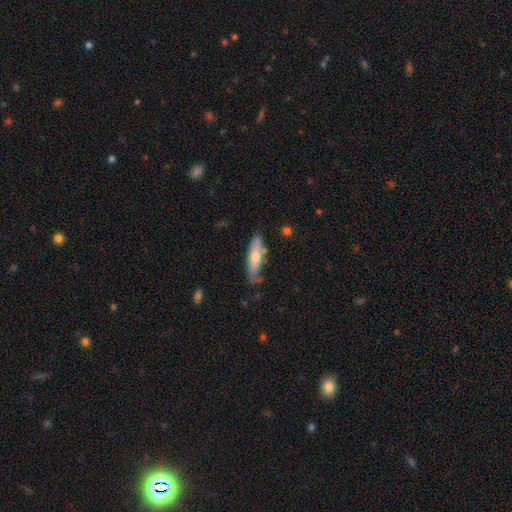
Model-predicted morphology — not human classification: Smooth or featured?
  - smooth: 53% *
  - featured or disk: 40%
  - star or artifact: 7%
How rounded?
  - cigar-shaped: 68% *
  - in between: 31%
  - round: 2%
Merging?
  - none: 68% *
  - minor disturbance: 23%
  - major disturbance: 5%
  - merger: 4%